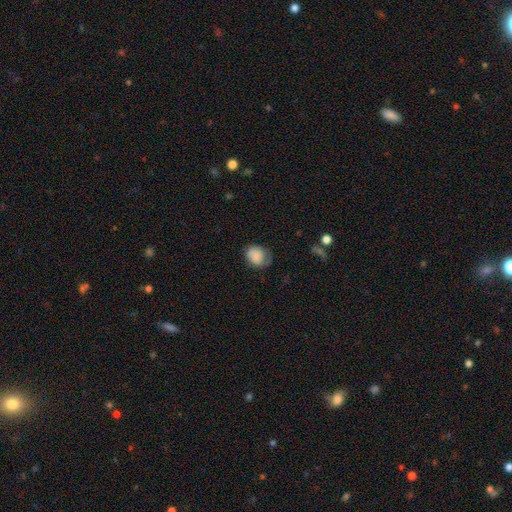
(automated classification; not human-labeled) A smooth galaxy with no disk features (68%) that is round (58%). Merging: none (53%).